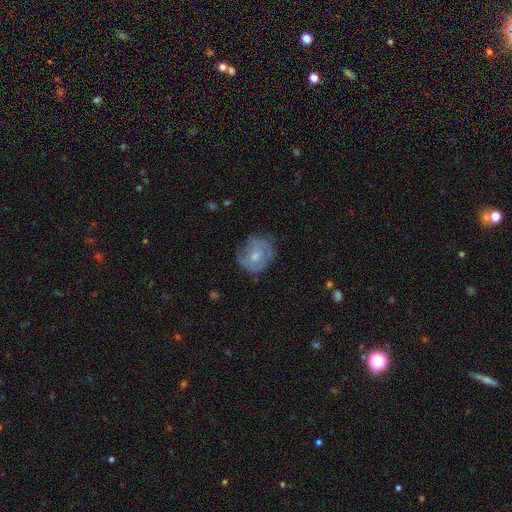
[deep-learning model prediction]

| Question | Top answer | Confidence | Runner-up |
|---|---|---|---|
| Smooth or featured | smooth | 52% | featured or disk (40%) |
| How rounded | round | 67% | in between (32%) |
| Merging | none | 59% | minor disturbance (27%) |